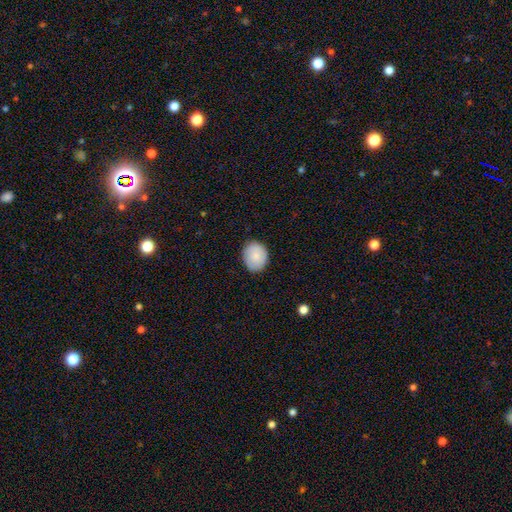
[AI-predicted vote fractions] Morphology: type=smooth (85%); roundness=round (61%); merging=none (87%).